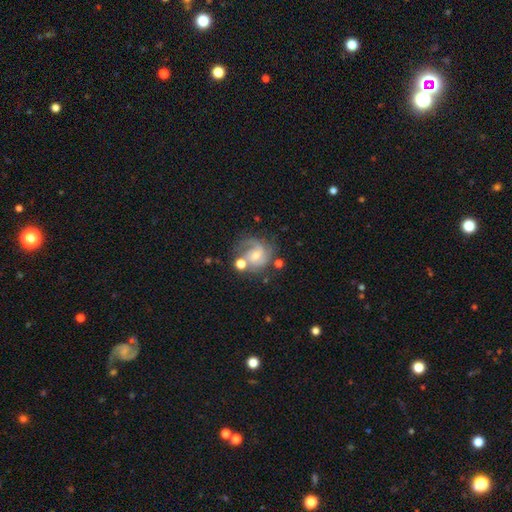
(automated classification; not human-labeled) A featured or disk galaxy (75%) with no bar (52%), 2 (47%) medium (45%) spiral arms (93%) and a moderate central bulge (49%). Merging: none (51%).